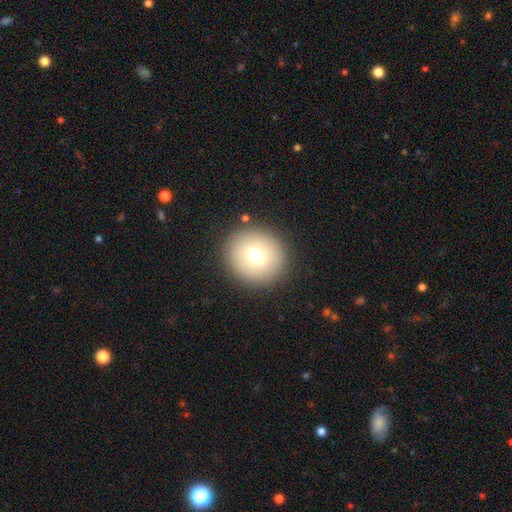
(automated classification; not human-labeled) A smooth galaxy with no disk features (71%) that is round (89%).

Vote fractions:
- Smooth or featured? smooth: 71% / featured or disk: 18% / star or artifact: 11%
- How rounded? round: 89% / in between: 10% / cigar-shaped: 1%
- Merging? none: 88% / minor disturbance: 7% / major disturbance: 3% / merger: 2%